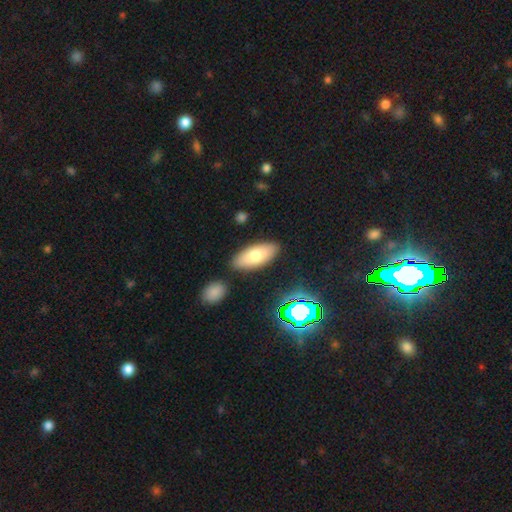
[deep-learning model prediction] The model was most divided on "smooth or featured": smooth: 75%, featured or disk: 16%, star or artifact: 9%. More confident: how rounded — in between (83%); merging — none (82%).